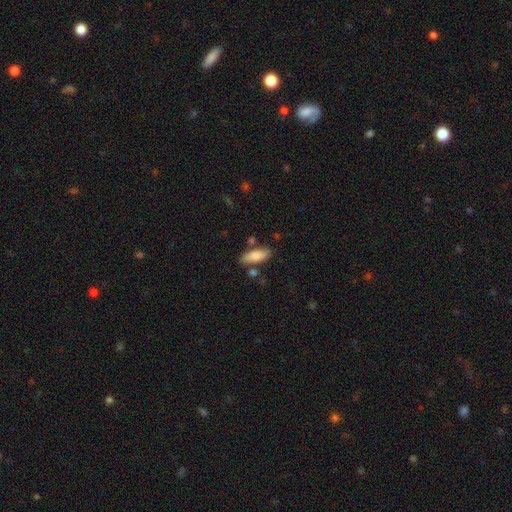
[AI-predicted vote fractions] The model was most divided on "how rounded": in between: 69%, cigar-shaped: 28%, round: 2%. More confident: smooth or featured — smooth (82%); merging — none (74%).